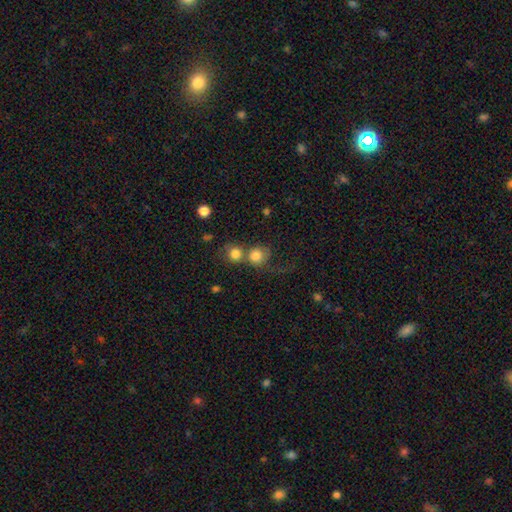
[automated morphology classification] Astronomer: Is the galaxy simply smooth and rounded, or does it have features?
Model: smooth — 80%.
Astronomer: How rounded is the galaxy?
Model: round — 85%.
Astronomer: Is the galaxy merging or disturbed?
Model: merger — 51% (runner-up: none, 34%).